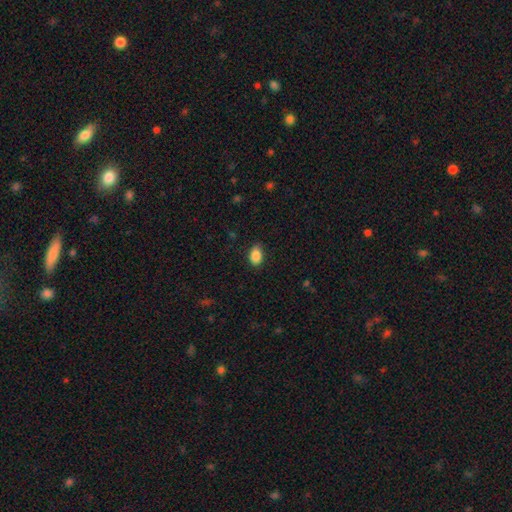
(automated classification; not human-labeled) Q: Smooth or featured?
A: smooth (88%); runner-up: star or artifact (8%)
Q: How rounded?
A: in between (87%); runner-up: round (11%)
Q: Merging?
A: none (83%); runner-up: minor disturbance (13%)